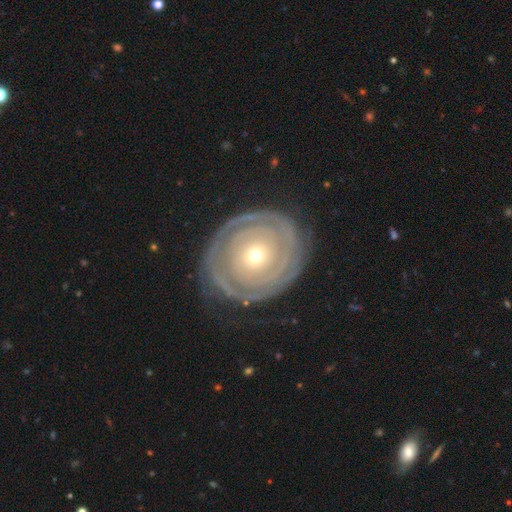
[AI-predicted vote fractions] This appears to be a featured or disk galaxy (81%) with no bar (85%), tight (86%) spiral arms (79%) and a small central bulge (62%). Merging: none (81%).